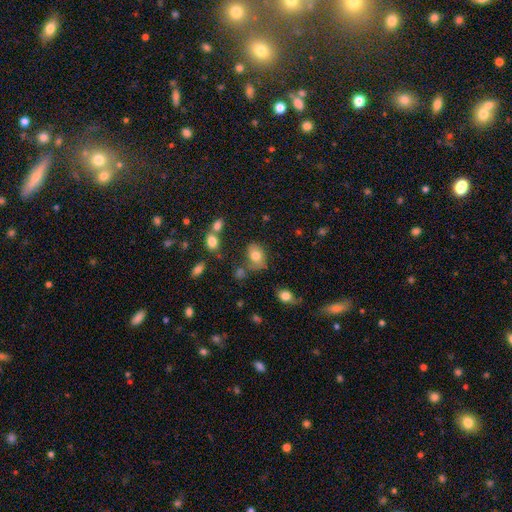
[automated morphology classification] Smooth or featured? Predicted: smooth (p=0.78). How rounded? Predicted: in between (p=0.73). Merging? Predicted: none (p=0.61).